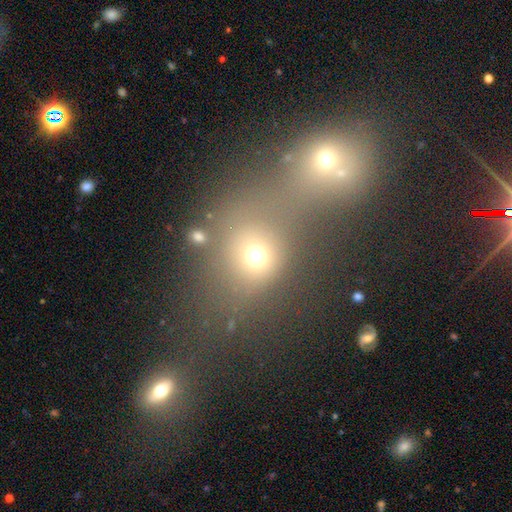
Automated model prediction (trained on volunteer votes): Morphology: type=smooth (68%); roundness=round (71%); merging=merger (57%).